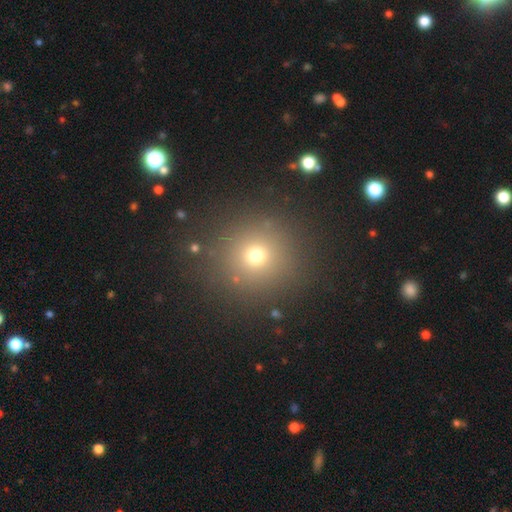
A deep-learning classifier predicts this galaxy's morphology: Smooth or featured?
  - smooth: 69% *
  - star or artifact: 22%
  - featured or disk: 9%
How rounded?
  - round: 93% *
  - in between: 6%
  - cigar-shaped: 1%
Merging?
  - none: 87% *
  - minor disturbance: 7%
  - major disturbance: 4%
  - merger: 2%